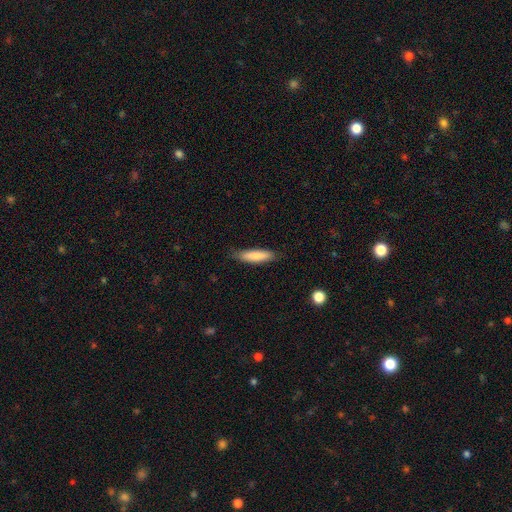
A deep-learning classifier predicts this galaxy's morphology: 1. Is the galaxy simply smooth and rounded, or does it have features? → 83% smooth, 11% featured or disk, 6% star or artifact.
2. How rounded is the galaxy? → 73% cigar-shaped, 26% in between, 1% round.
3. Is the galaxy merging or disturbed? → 82% none, 15% minor disturbance, 3% major disturbance, 1% merger.